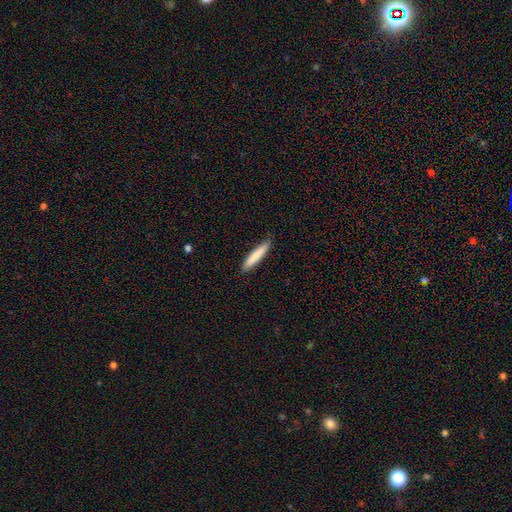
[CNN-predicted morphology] Overall: smooth (81%). How rounded: cigar-shaped (90%). Merging: none (85%).